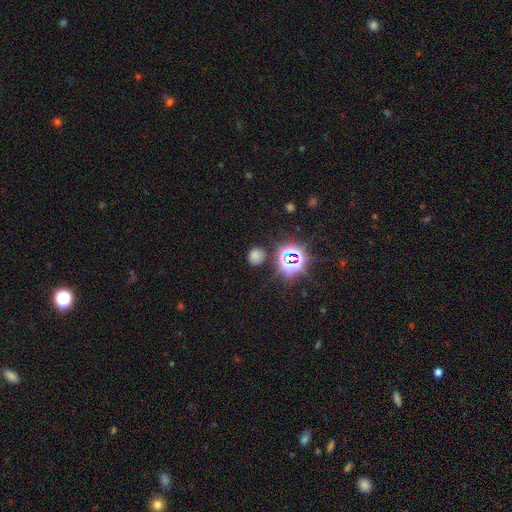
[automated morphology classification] type=smooth (62%); roundness=round (75%); merging=none (82%).